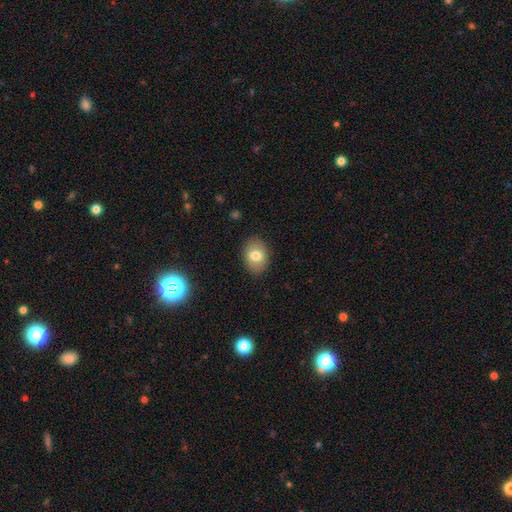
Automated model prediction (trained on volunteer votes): Overall: smooth (77%). How rounded: in between (71%). Merging: none (87%).